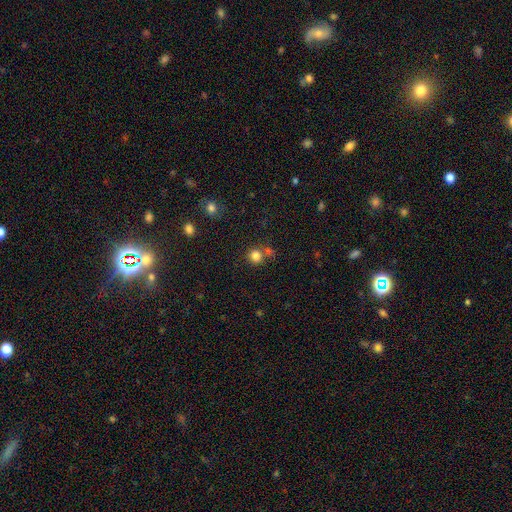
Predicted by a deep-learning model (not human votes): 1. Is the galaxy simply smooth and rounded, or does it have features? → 81% smooth, 13% star or artifact, 6% featured or disk.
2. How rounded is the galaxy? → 89% round, 10% in between, 1% cigar-shaped.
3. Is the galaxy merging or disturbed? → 65% none, 20% merger, 10% minor disturbance, 4% major disturbance.